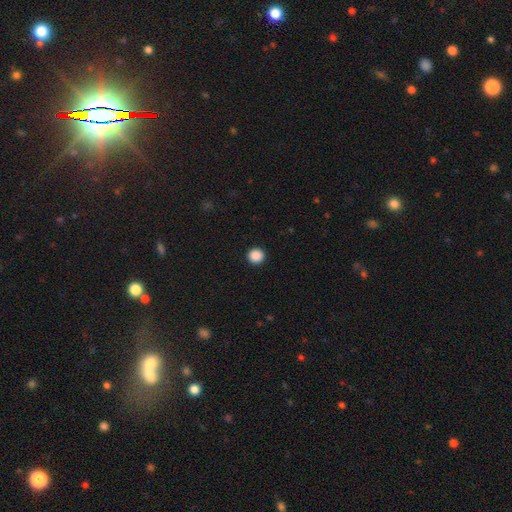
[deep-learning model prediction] This is clearly a smooth galaxy (88%). How rounded: clearly round (95%). Merging: clearly none (93%).